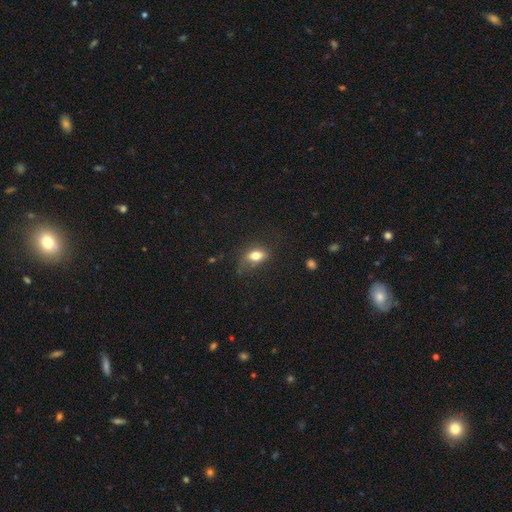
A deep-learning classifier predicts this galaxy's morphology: This is likely a smooth galaxy (76%). How rounded: clearly in between (82%). Merging: possibly none (60%).